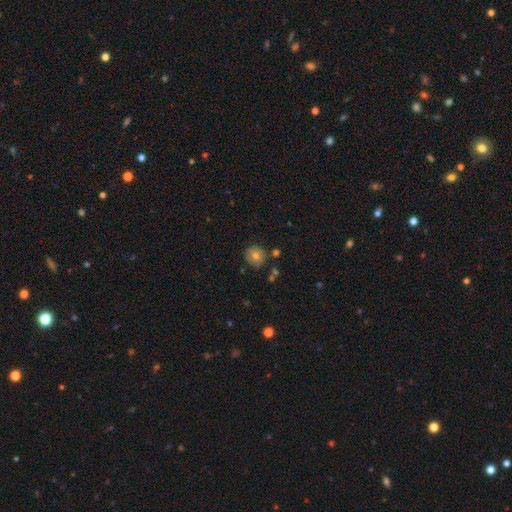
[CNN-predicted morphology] smooth-or-featured: smooth: 68% | featured or disk: 20% | star or artifact: 12%
  how-rounded: round: 89% | in between: 10% | cigar-shaped: 1%
  merging: none: 76% | minor disturbance: 16% | merger: 4% | major disturbance: 3%